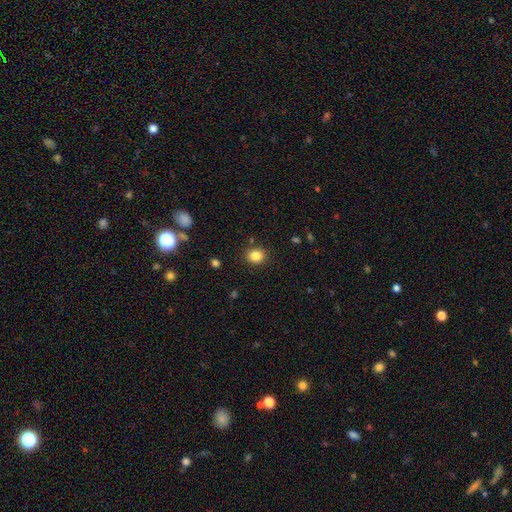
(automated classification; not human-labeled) smooth 84%, star or artifact 11%, featured or disk 5%. Down the decision tree: how rounded — round (67%); merging — none (87%).